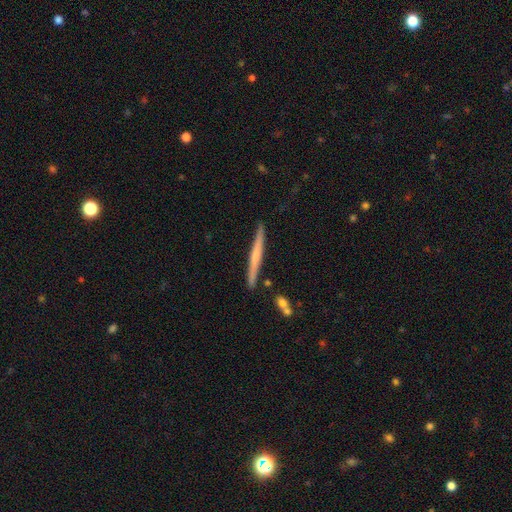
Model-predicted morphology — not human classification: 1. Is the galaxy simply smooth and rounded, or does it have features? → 51% featured or disk, 44% smooth, 5% star or artifact.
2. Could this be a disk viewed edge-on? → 97% yes, 3% no.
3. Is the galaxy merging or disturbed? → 89% none, 7% minor disturbance, 2% merger, 1% major disturbance.